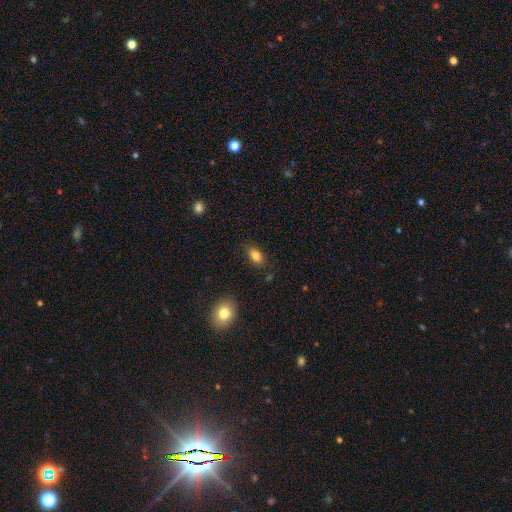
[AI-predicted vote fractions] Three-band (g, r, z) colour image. It shows a smooth galaxy with no disk features (82%) that is in between round and cigar-shaped (88%). Merging: none (83%).